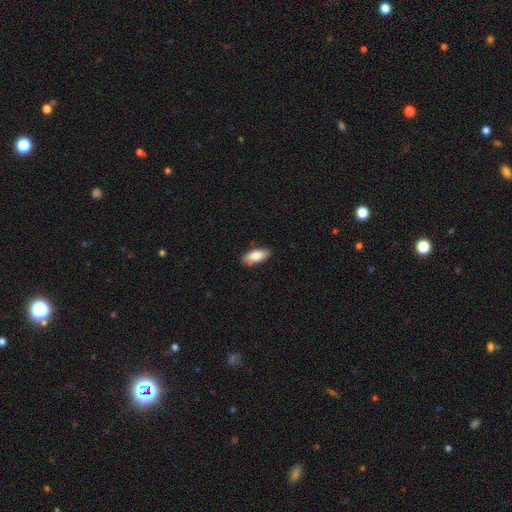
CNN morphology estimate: The model was most divided on "smooth or featured": smooth: 82%, featured or disk: 12%, star or artifact: 6%. More confident: how rounded — in between (86%); merging — none (83%).